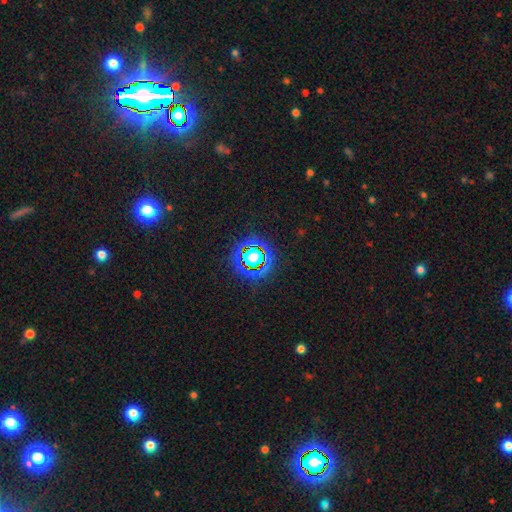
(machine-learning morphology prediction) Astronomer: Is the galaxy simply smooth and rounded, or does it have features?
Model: star or artifact — 62%.